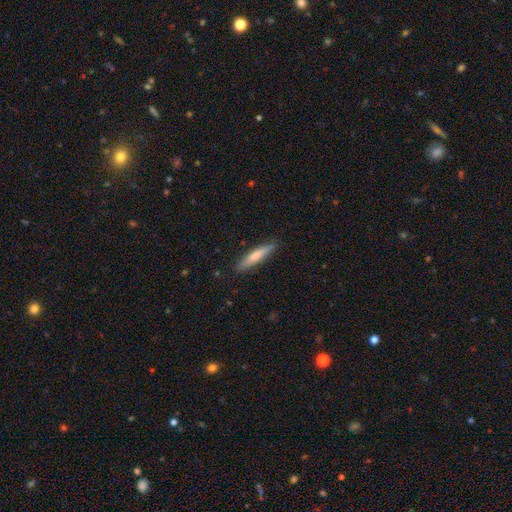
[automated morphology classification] This appears to be a smooth galaxy with no disk features (67%) that is cigar-shaped (88%). Merging: none (87%).